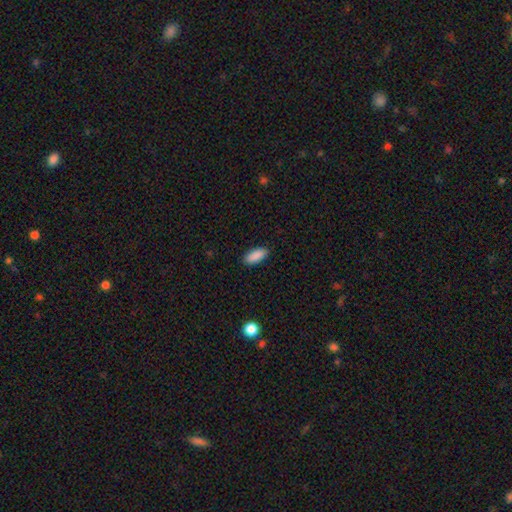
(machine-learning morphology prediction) Smooth or featured?
  - smooth: 90% *
  - star or artifact: 7%
  - featured or disk: 3%
How rounded?
  - in between: 84% *
  - cigar-shaped: 14%
  - round: 2%
Merging?
  - none: 89% *
  - minor disturbance: 8%
  - major disturbance: 2%
  - merger: 1%